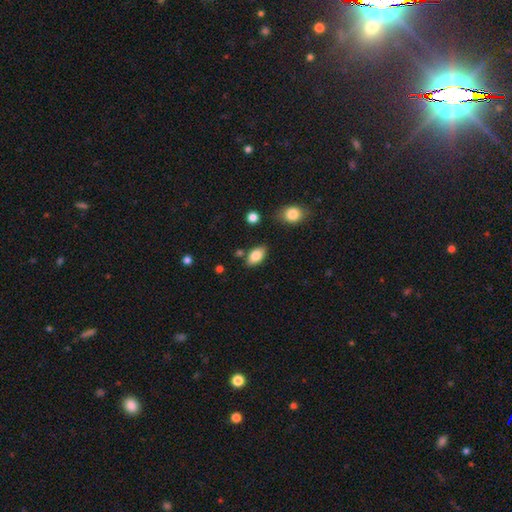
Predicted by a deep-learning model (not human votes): This appears to be a smooth galaxy with no disk features (82%) that is in between round and cigar-shaped (91%). Merging: none (81%).